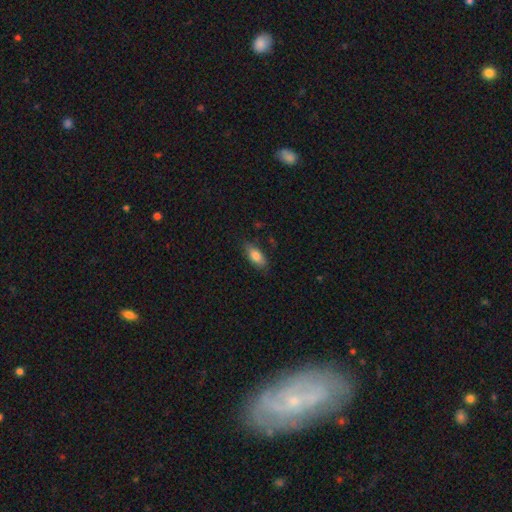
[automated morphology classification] smooth-or-featured: smooth: 79% | featured or disk: 14% | star or artifact: 7%
  how-rounded: in between: 82% | cigar-shaped: 15% | round: 3%
  merging: none: 79% | minor disturbance: 16% | major disturbance: 3% | merger: 1%